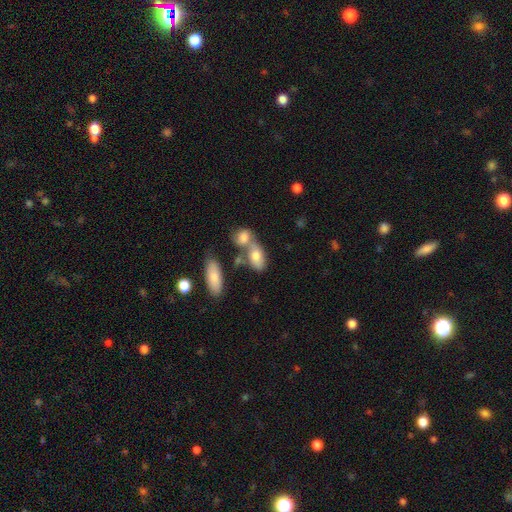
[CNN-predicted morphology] Smooth or featured? smooth (72%)
How rounded? in between (85%)
Merging? merger (52%)